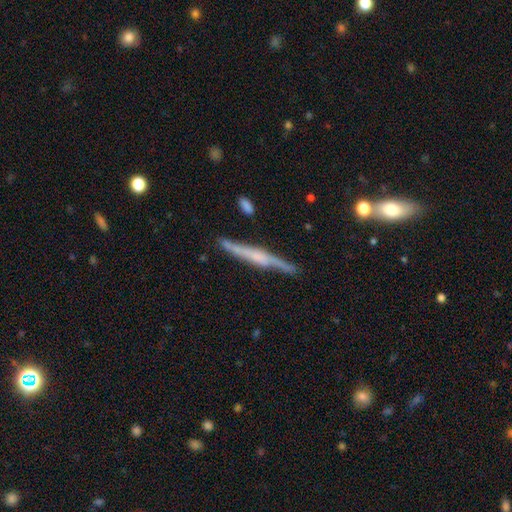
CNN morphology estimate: Smooth or featured? Predicted: featured or disk (p=0.72). Edge-on disk? Predicted: yes (p=0.95). Edge-on bulge? Predicted: rounded (p=0.46). Merging? Predicted: none (p=0.83).